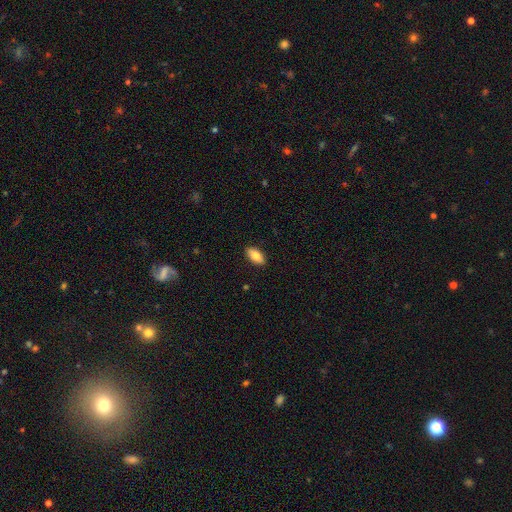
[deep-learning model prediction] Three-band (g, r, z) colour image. It shows a smooth galaxy with no disk features (80%) that is in between round and cigar-shaped (90%). Merging: none (90%).